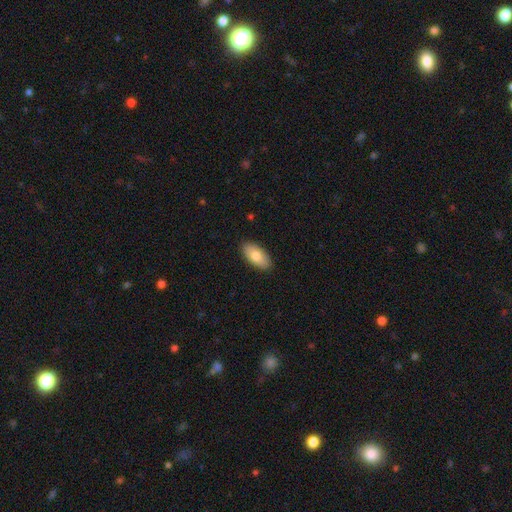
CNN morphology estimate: Smooth or featured: smooth — 80% (featured or disk — 14%)
How rounded: in between — 92% (cigar-shaped — 5%)
Merging: none — 89% (minor disturbance — 8%)